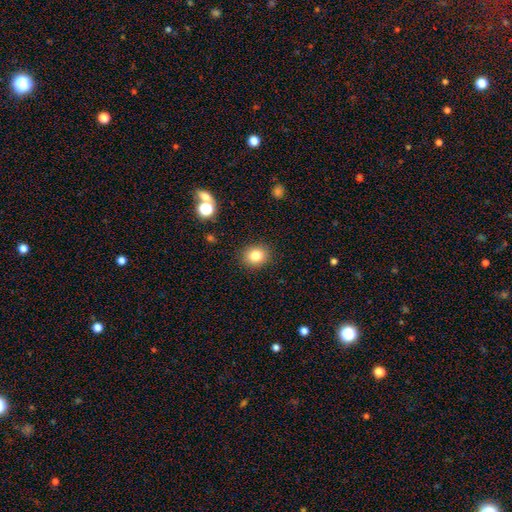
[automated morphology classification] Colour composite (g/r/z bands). It shows a smooth galaxy with no disk features (81%) that is round (69%). Merging: none (89%).